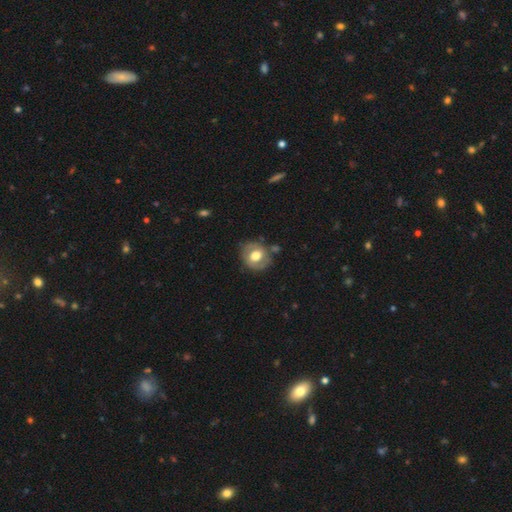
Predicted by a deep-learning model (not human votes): Smooth or featured? smooth (51%)
How rounded? round (74%)
Merging? none (74%)